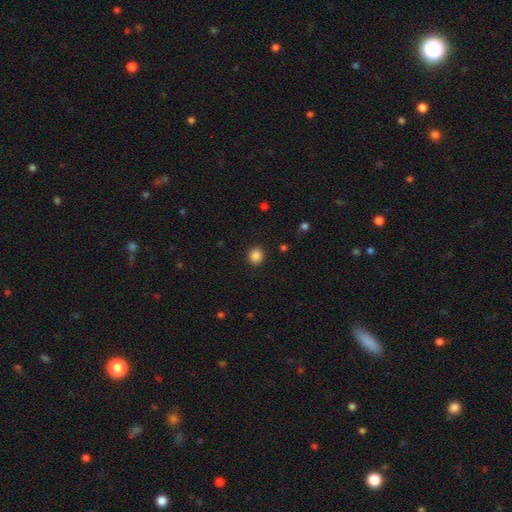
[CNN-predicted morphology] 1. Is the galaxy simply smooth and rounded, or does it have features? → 86% smooth, 10% star or artifact, 3% featured or disk.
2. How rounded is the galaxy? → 90% round, 9% in between, 1% cigar-shaped.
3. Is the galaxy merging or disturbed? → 92% none, 5% minor disturbance, 2% major disturbance, 1% merger.